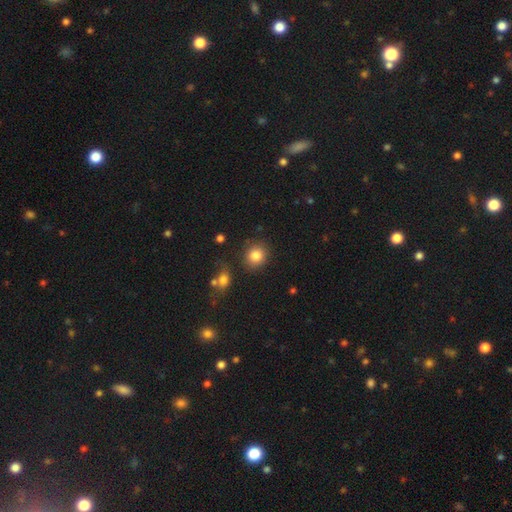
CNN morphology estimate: This is clearly a smooth galaxy (84%). How rounded: clearly round (82%). Merging: clearly none (84%).